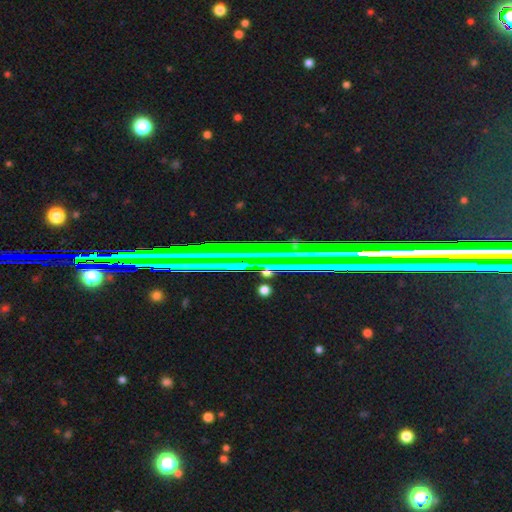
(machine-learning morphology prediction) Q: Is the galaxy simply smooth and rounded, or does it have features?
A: star or artifact — 71%.